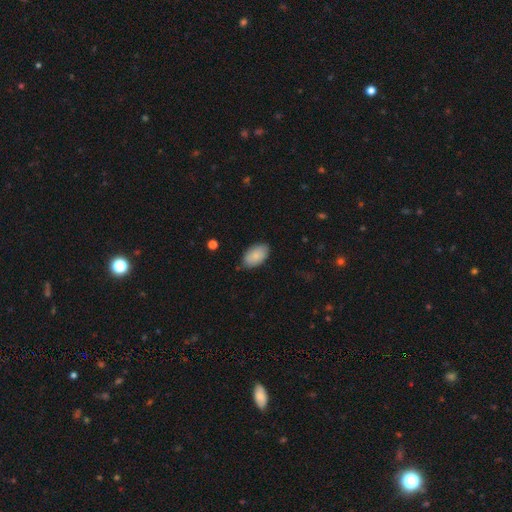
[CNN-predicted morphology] This appears to be a smooth galaxy with no disk features (84%) that is in between round and cigar-shaped (94%). Merging: none (81%).